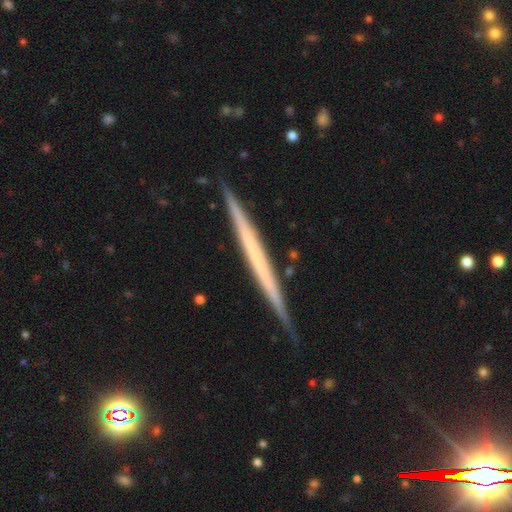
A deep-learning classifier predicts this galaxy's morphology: The model was most divided on "smooth or featured": featured or disk: 62%, smooth: 32%, star or artifact: 6%. More confident: edge-on disk — yes (98%); edge-on bulge — none (91%); merging — none (88%).